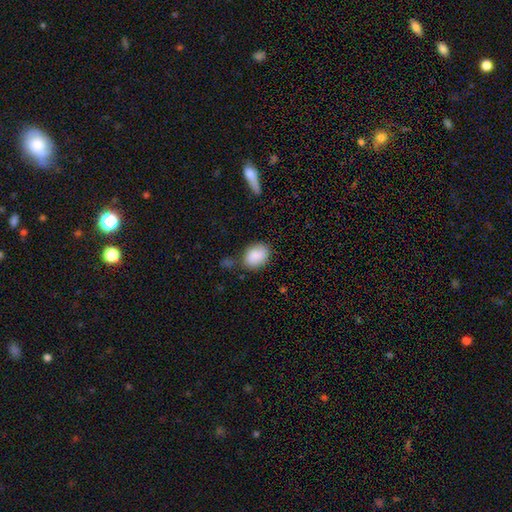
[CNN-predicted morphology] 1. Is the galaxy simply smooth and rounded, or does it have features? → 84% smooth, 9% featured or disk, 7% star or artifact.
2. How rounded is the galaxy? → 68% in between, 30% round, 1% cigar-shaped.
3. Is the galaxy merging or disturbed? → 70% none, 19% minor disturbance, 7% merger, 5% major disturbance.